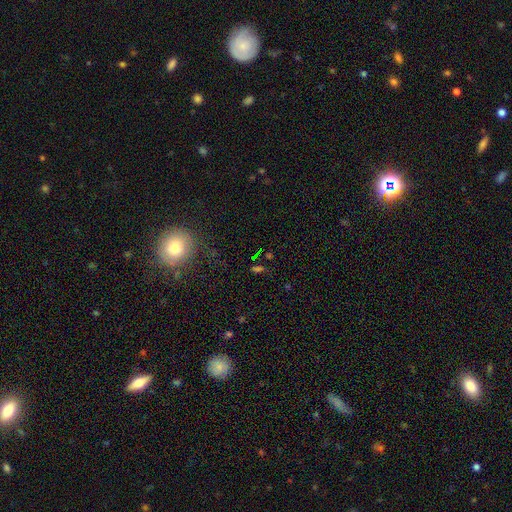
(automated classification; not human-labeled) A star or artifact, not a galaxy (56%).

Vote fractions:
- Smooth or featured? star or artifact: 56% / smooth: 32% / featured or disk: 13%